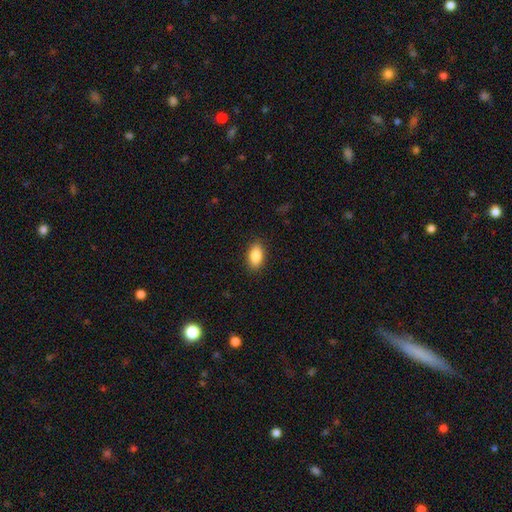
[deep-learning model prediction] smooth_or_featured: smooth (p=0.87) [alt: star or artifact p=0.07]
how_rounded: in between (p=0.91) [alt: round p=0.05]
merging: none (p=0.88) [alt: minor disturbance p=0.08]